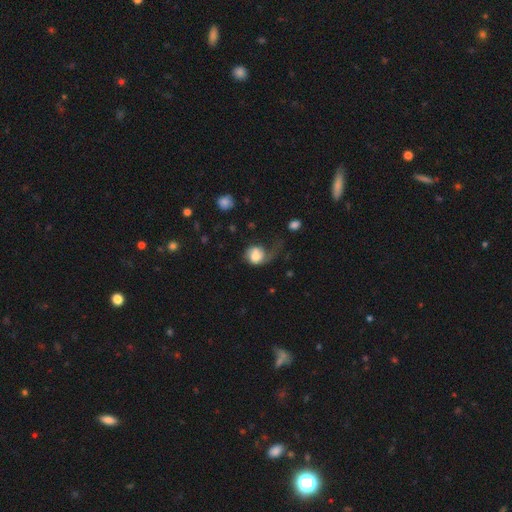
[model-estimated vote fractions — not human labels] smooth_or_featured: smooth (p=0.61) [alt: featured or disk p=0.31]
how_rounded: round (p=0.69) [alt: in between p=0.30]
merging: major disturbance (p=0.44) [alt: none p=0.25]